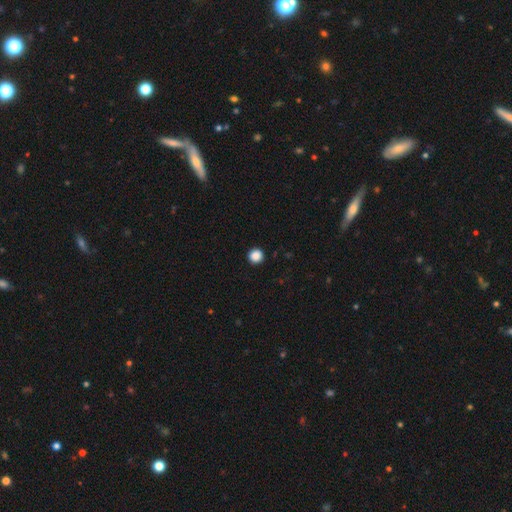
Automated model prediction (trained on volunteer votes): Smooth or featured? Predicted: smooth (p=0.88). How rounded? Predicted: round (p=0.96). Merging? Predicted: none (p=0.94).